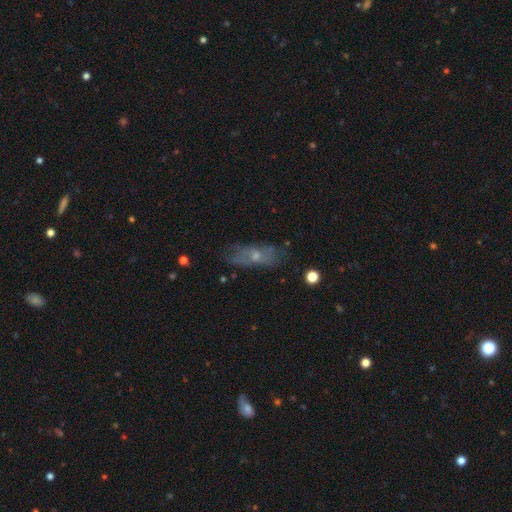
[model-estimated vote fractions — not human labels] The model was most divided on "smooth or featured": featured or disk: 46%, smooth: 44%, star or artifact: 10%. More confident: merging — none (66%).